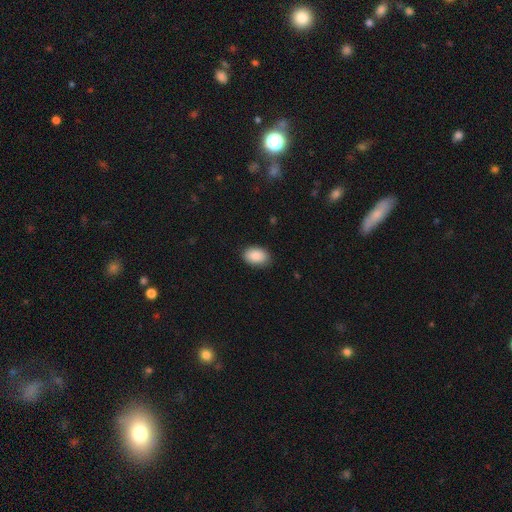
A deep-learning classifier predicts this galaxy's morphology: A smooth galaxy with no disk features (89%) that is in between round and cigar-shaped (89%).

Vote fractions:
- Smooth or featured? smooth: 89% / star or artifact: 7% / featured or disk: 4%
- How rounded? in between: 89% / round: 10% / cigar-shaped: 1%
- Merging? none: 86% / minor disturbance: 11% / major disturbance: 2% / merger: 1%